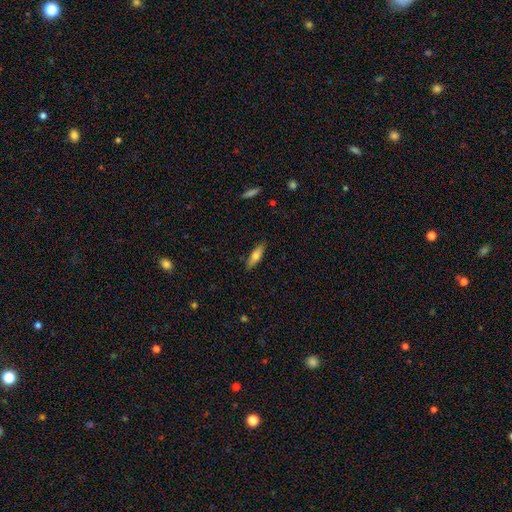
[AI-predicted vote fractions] The model was most divided on "how rounded": cigar-shaped: 56%, in between: 42%, round: 2%. More confident: merging — none (86%); smooth or featured — smooth (67%).